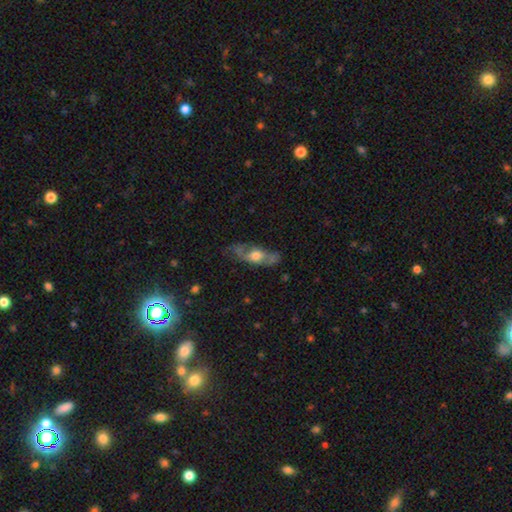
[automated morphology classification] smooth-or-featured: featured or disk: 52% | smooth: 41% | star or artifact: 7%
  disk-edge-on: no: 65% | yes: 35%
  merging: none: 56% | minor disturbance: 27% | major disturbance: 15% | merger: 3%